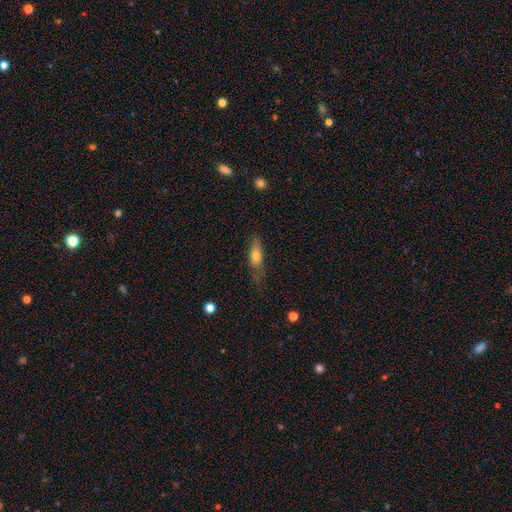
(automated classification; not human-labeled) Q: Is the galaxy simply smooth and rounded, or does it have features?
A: smooth — 69%.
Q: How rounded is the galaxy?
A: in between — 57%.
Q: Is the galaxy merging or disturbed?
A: none — 59%.